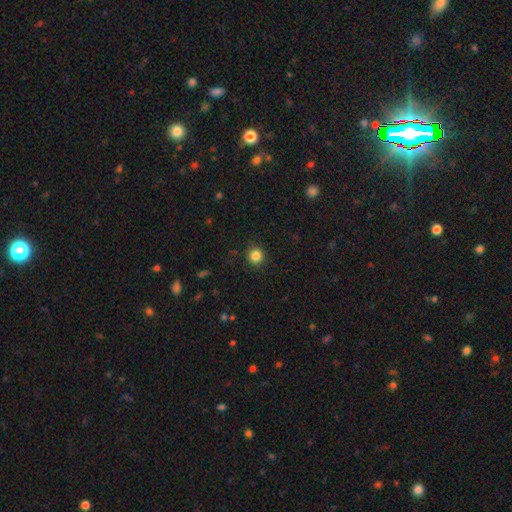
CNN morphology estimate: smooth 84%, star or artifact 11%, featured or disk 4%. Down the decision tree: how rounded — round (92%); merging — none (91%).